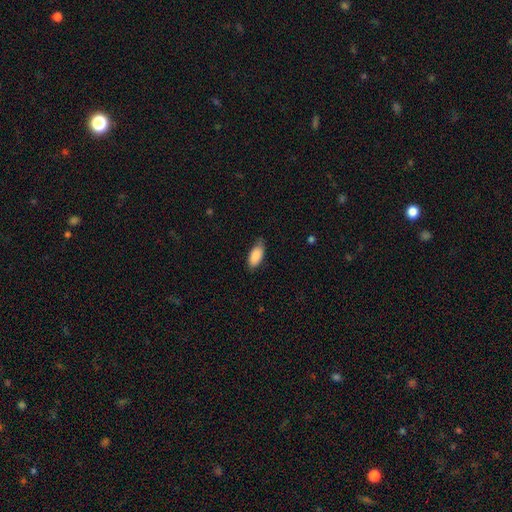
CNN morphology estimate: smooth 88%, featured or disk 6%, star or artifact 6%. Down the decision tree: how rounded — in between (90%); merging — none (72%).